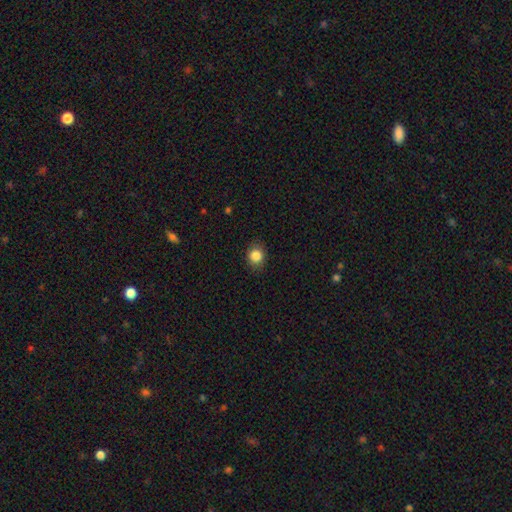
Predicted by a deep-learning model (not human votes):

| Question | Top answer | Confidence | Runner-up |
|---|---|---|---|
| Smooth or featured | smooth | 85% | star or artifact (10%) |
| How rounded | round | 72% | in between (27%) |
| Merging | none | 85% | minor disturbance (11%) |